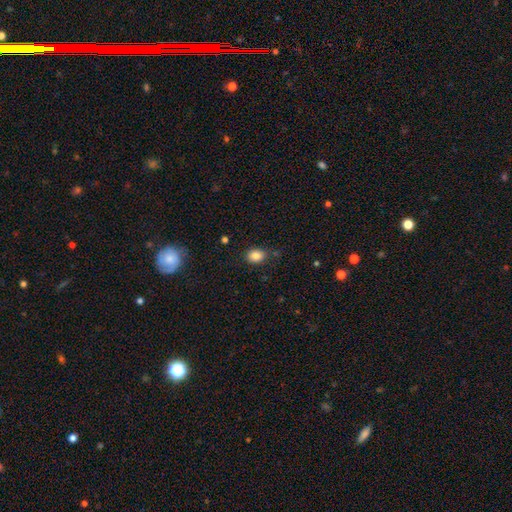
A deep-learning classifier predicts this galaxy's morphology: A smooth galaxy with no disk features (84%) that is in between round and cigar-shaped (55%).

Vote fractions:
- Smooth or featured? smooth: 84% / star or artifact: 10% / featured or disk: 6%
- How rounded? in between: 55% / round: 44% / cigar-shaped: 1%
- Merging? none: 79% / minor disturbance: 15% / major disturbance: 3% / merger: 3%